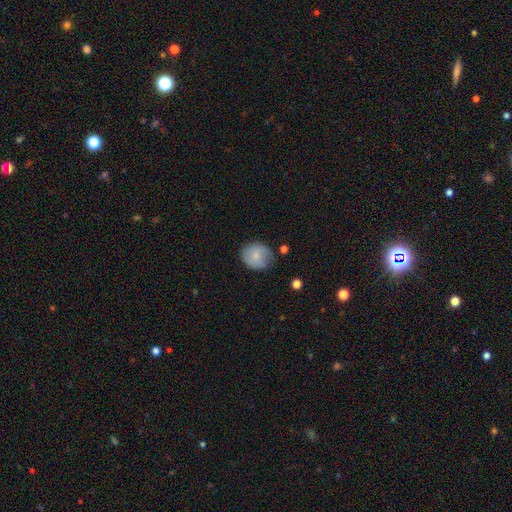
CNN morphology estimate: Q: Smooth or featured?
A: smooth (72%); runner-up: featured or disk (21%)
Q: How rounded?
A: round (74%); runner-up: in between (25%)
Q: Merging?
A: none (62%); runner-up: minor disturbance (28%)